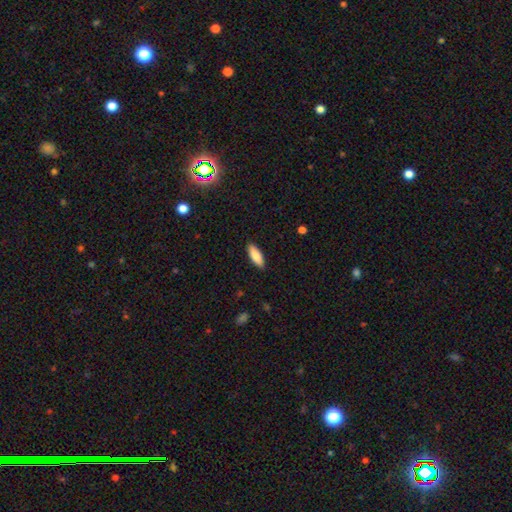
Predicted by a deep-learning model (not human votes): Q: Smooth or featured?
A: smooth (84%); runner-up: featured or disk (10%)
Q: How rounded?
A: in between (65%); runner-up: cigar-shaped (34%)
Q: Merging?
A: none (89%); runner-up: minor disturbance (8%)